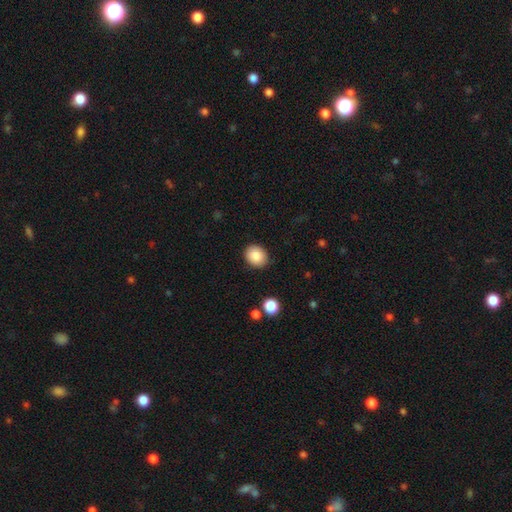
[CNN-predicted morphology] Smooth or featured?
  - smooth: 87% *
  - star or artifact: 8%
  - featured or disk: 4%
How rounded?
  - round: 60% *
  - in between: 39%
  - cigar-shaped: 1%
Merging?
  - none: 86% *
  - minor disturbance: 10%
  - major disturbance: 2%
  - merger: 1%